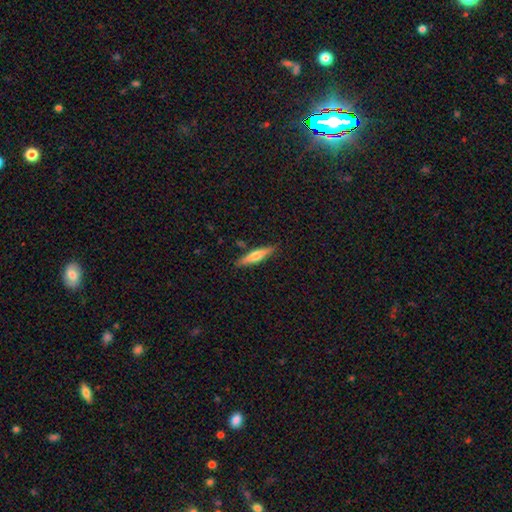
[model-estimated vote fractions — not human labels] smooth-or-featured: smooth: 53% | featured or disk: 41% | star or artifact: 6%
  how-rounded: cigar-shaped: 84% | in between: 14% | round: 2%
  merging: none: 87% | minor disturbance: 9% | major disturbance: 2% | merger: 2%